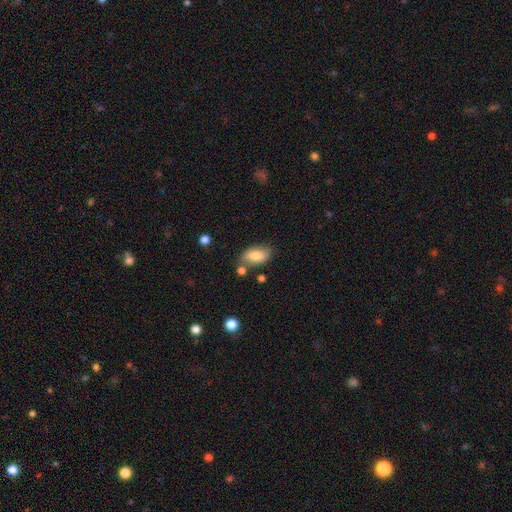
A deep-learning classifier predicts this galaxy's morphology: smooth_or_featured: smooth (p=0.79) [alt: featured or disk p=0.14]
how_rounded: in between (p=0.92) [alt: round p=0.05]
merging: none (p=0.69) [alt: minor disturbance p=0.18]